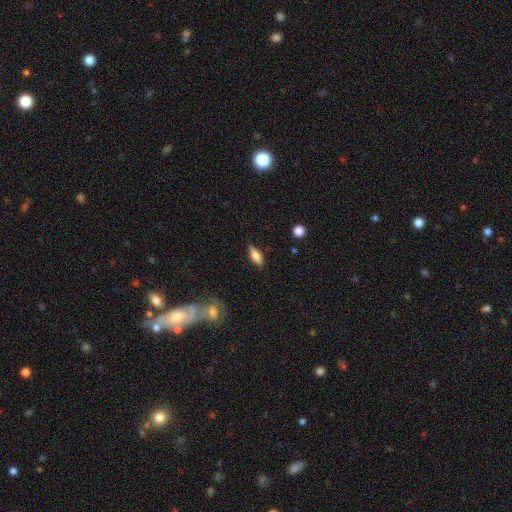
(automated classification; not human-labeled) Smooth or featured? Predicted: smooth (p=0.70). How rounded? Predicted: in between (p=0.68). Merging? Predicted: none (p=0.84).